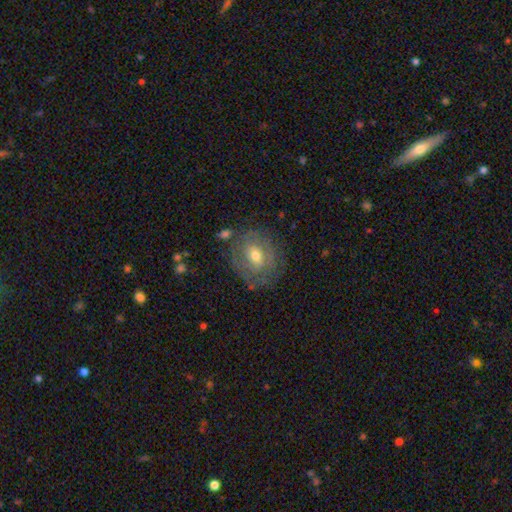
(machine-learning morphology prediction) smooth_or_featured: featured or disk (p=0.53) [alt: smooth p=0.38]
disk_edge_on: no (p=0.94) [alt: yes p=0.06]
bar: no (p=0.53) [alt: weak p=0.36]
has_spiral_arms: no (p=0.53) [alt: yes p=0.47]
bulge_size: moderate (p=0.61) [alt: small p=0.33]
merging: none (p=0.72) [alt: minor disturbance p=0.17]